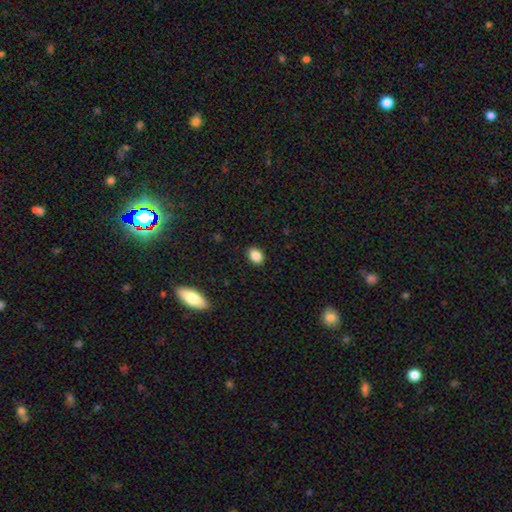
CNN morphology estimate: smooth_or_featured: smooth (p=0.87) [alt: star or artifact p=0.09]
how_rounded: in between (p=0.72) [alt: round p=0.27]
merging: none (p=0.90) [alt: minor disturbance p=0.07]